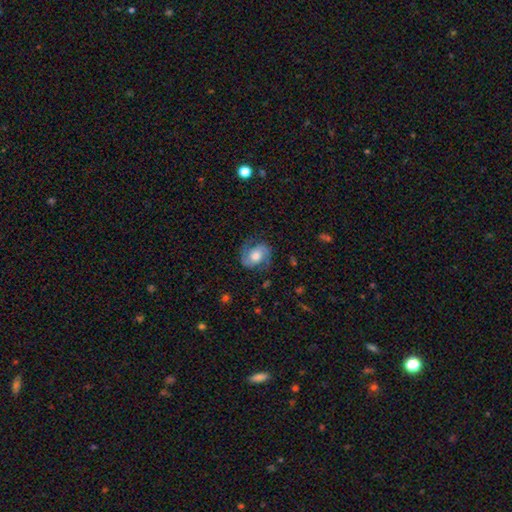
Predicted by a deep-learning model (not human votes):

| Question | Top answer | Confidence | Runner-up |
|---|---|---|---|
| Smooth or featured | featured or disk | 71% | smooth (21%) |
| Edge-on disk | no | 97% | yes (3%) |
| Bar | no | 61% | weak (30%) |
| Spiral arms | yes | 93% | no (7%) |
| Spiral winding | medium | 51% | tight (26%) |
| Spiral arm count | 2 | 90% | can't tell (4%) |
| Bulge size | moderate | 61% | large (21%) |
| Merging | none | 74% | minor disturbance (16%) |